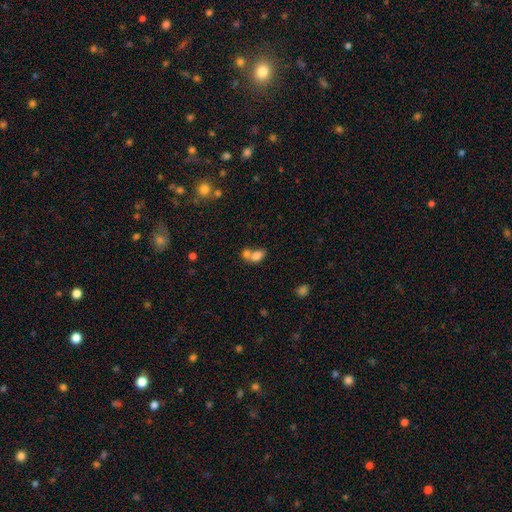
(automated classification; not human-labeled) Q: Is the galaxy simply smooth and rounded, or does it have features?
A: smooth — 77%.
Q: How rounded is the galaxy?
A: in between — 79%.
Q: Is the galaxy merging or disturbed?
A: merger — 63%.